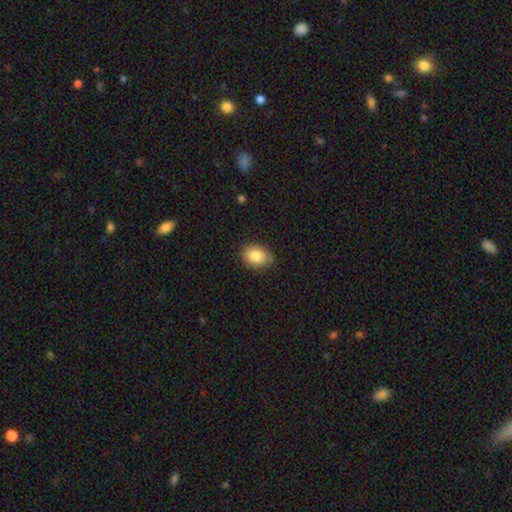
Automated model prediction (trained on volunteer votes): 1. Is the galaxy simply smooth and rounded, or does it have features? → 84% smooth, 9% star or artifact, 8% featured or disk.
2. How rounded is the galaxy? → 58% in between, 41% round, 1% cigar-shaped.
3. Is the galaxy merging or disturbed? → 81% none, 15% minor disturbance, 2% major disturbance, 1% merger.